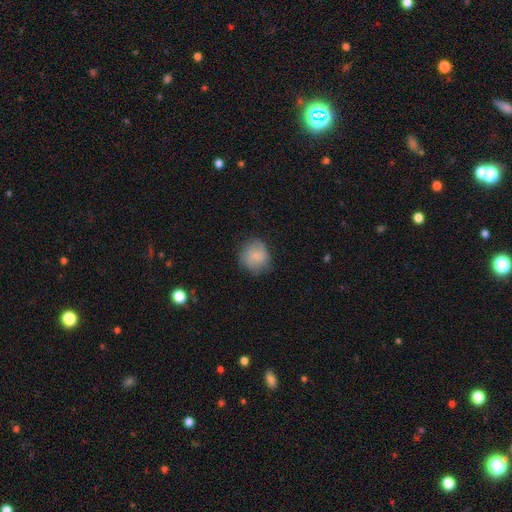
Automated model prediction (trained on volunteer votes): Smooth or featured? smooth (68%)
How rounded? round (87%)
Merging? none (74%)